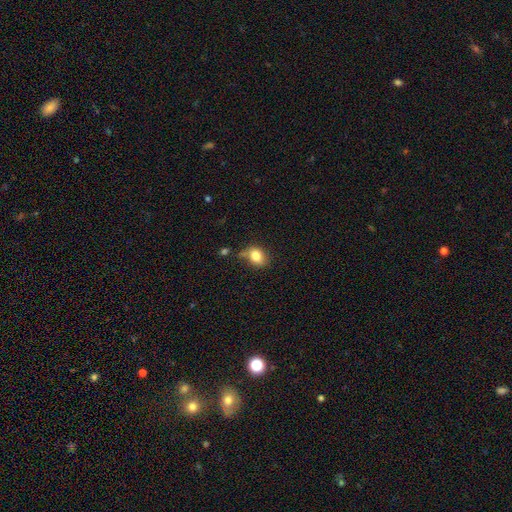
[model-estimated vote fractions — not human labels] smooth 82%, star or artifact 10%, featured or disk 9%. Down the decision tree: how rounded — in between (56%); merging — none (56%).